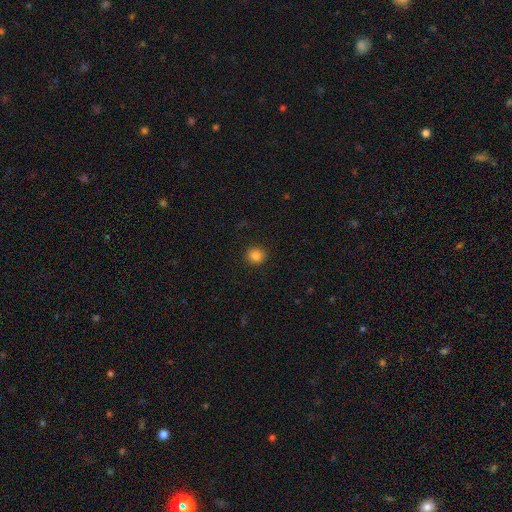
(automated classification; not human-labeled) This is clearly a smooth galaxy (85%). How rounded: clearly round (87%). Merging: clearly none (91%).